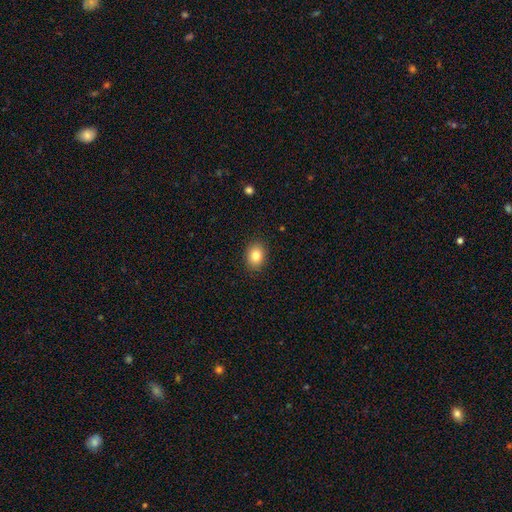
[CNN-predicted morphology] A smooth galaxy with no disk features (83%) that is in between round and cigar-shaped (54%). Merging: none (90%).